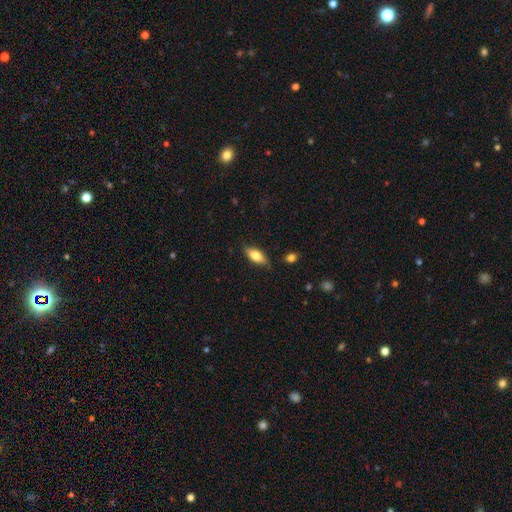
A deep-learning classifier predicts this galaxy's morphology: smooth 67%, featured or disk 26%, star or artifact 7%. Down the decision tree: how rounded — in between (78%); merging — none (78%).